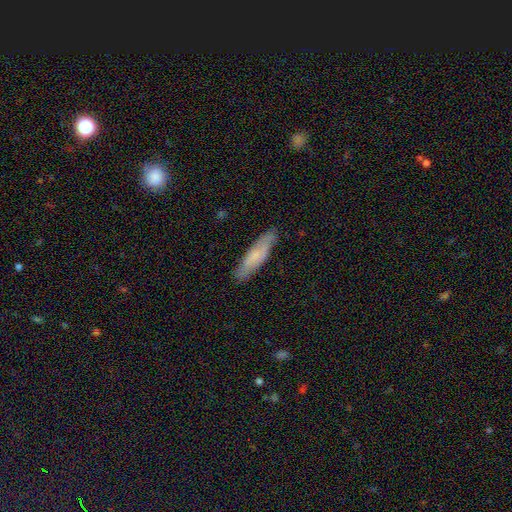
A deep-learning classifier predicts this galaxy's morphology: This appears to be a smooth galaxy with no disk features (61%) that is cigar-shaped (72%). Merging: none (82%).